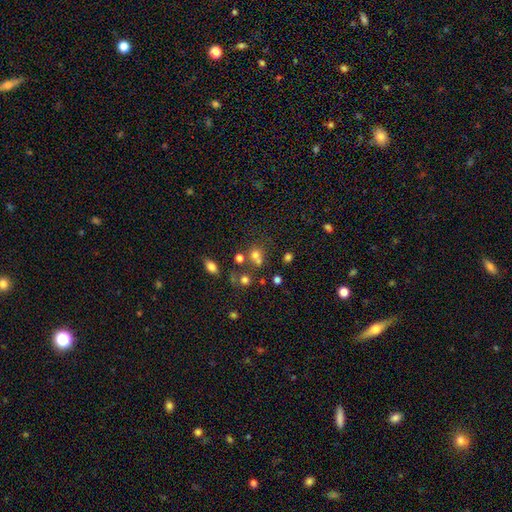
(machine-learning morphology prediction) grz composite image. It shows a smooth galaxy with no disk features (66%) that is round (72%). Merging: none (45%).